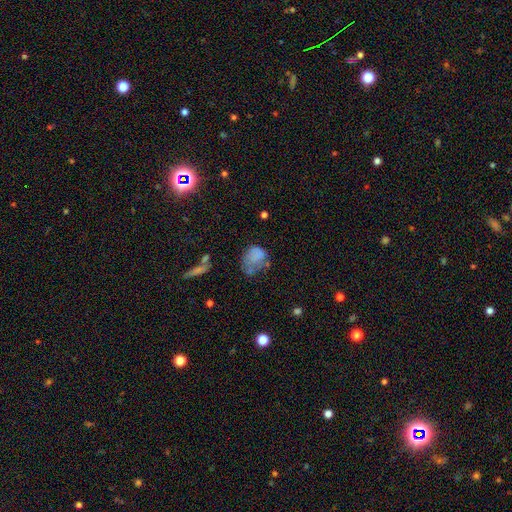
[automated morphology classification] A smooth galaxy with no disk features (70%) that is in between round and cigar-shaped (59%). Merging: minor disturbance (32%).